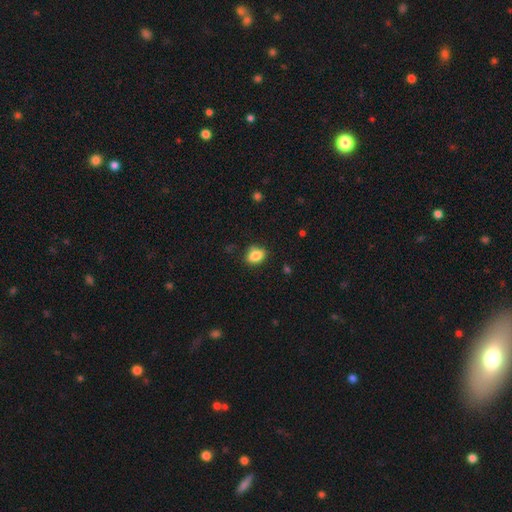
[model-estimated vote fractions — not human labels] smooth 84%, star or artifact 9%, featured or disk 7%. Down the decision tree: how rounded — in between (75%); merging — none (78%).